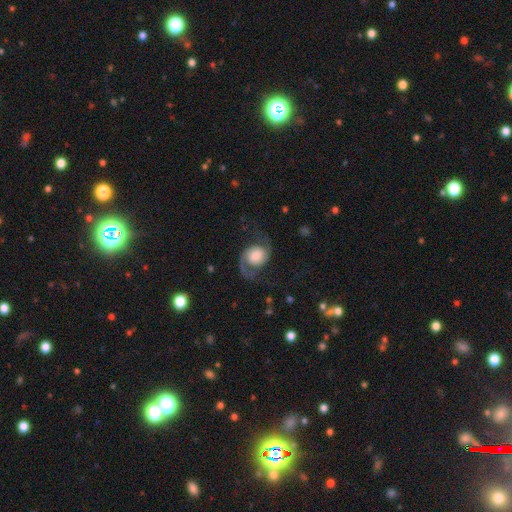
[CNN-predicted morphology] smooth_or_featured: featured or disk (p=0.84) [alt: smooth p=0.10]
disk_edge_on: no (p=0.98) [alt: yes p=0.02]
bar: no (p=0.68) [alt: weak p=0.27]
has_spiral_arms: yes (p=0.97) [alt: no p=0.03]
spiral_winding: loose (p=0.50) [alt: medium p=0.40]
spiral_arm_count: 2 (p=0.93) [alt: 1 p=0.03]
bulge_size: large (p=0.39) [alt: moderate p=0.27]
merging: none (p=0.72) [alt: minor disturbance p=0.15]